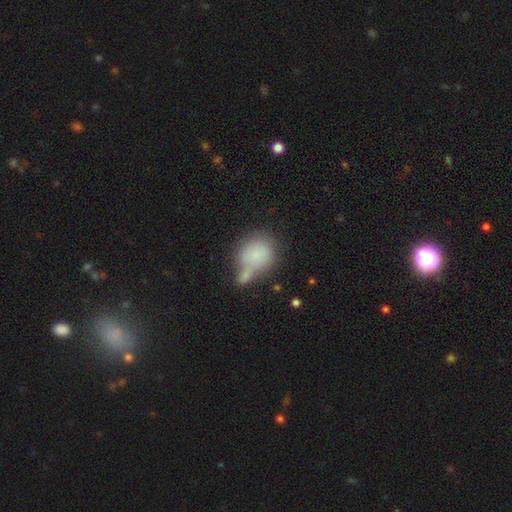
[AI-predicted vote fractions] Smooth or featured?
  - smooth: 77% *
  - featured or disk: 13%
  - star or artifact: 9%
How rounded?
  - round: 65% *
  - in between: 34%
  - cigar-shaped: 2%
Merging?
  - merger: 43% *
  - none: 31%
  - minor disturbance: 16%
  - major disturbance: 10%